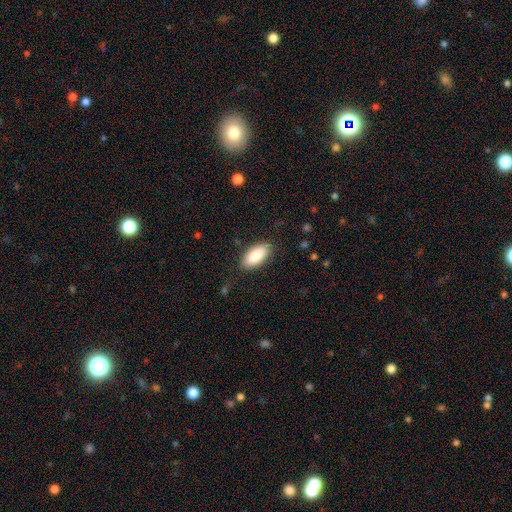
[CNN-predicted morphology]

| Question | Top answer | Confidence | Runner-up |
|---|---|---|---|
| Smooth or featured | smooth | 87% | featured or disk (7%) |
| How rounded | in between | 91% | cigar-shaped (7%) |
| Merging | none | 84% | minor disturbance (12%) |